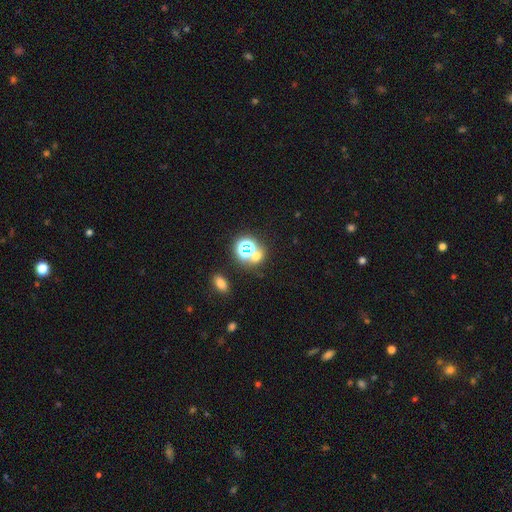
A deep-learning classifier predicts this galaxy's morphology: This appears to be a star or artifact, not a galaxy (51%).